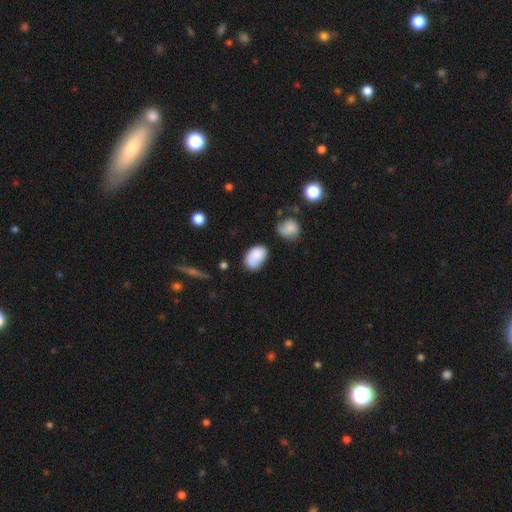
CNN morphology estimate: Overall: smooth (80%). How rounded: in between (87%). Merging: none (52%; minor disturbance 28%).